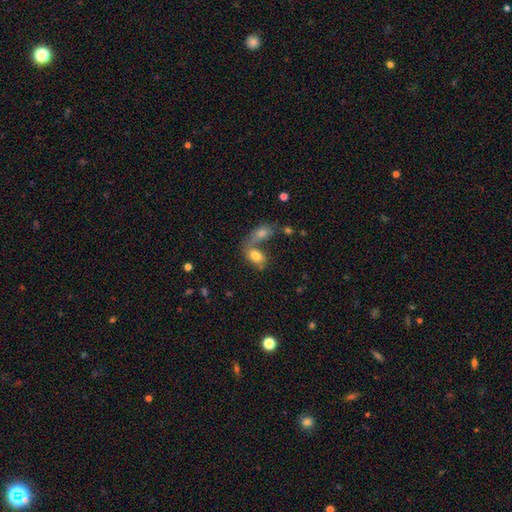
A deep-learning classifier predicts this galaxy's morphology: Smooth or featured? smooth (77%)
How rounded? in between (88%)
Merging? merger (57%)